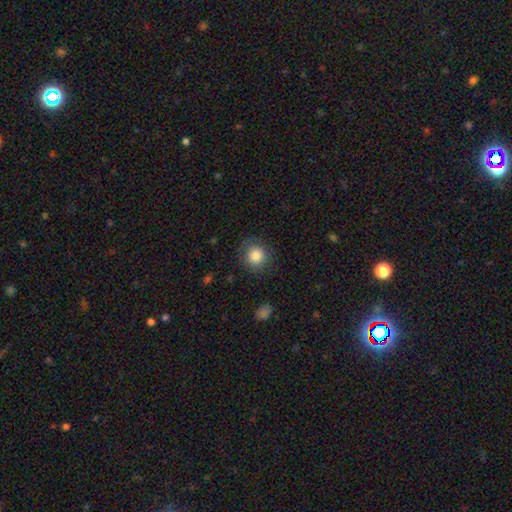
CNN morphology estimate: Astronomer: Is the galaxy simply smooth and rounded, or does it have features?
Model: smooth — 83%.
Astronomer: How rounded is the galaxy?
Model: round — 87%.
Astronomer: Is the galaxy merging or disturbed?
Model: none — 81%.